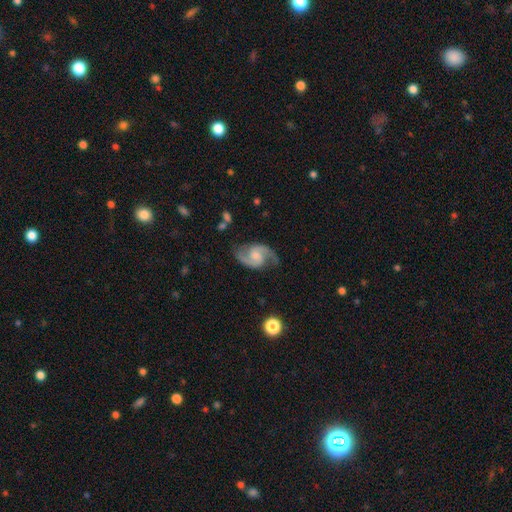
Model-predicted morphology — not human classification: This is clearly a featured or disk galaxy (89%). It is clearly not viewed edge-on (98%). Bar: possibly weak (47%). Spiral arm pattern: clearly yes (98%). Spiral arm count: clearly 2 (94%). Spiral winding: possibly medium (55%). Central bulge: marginally moderate (36%). Merging: likely none (78%).